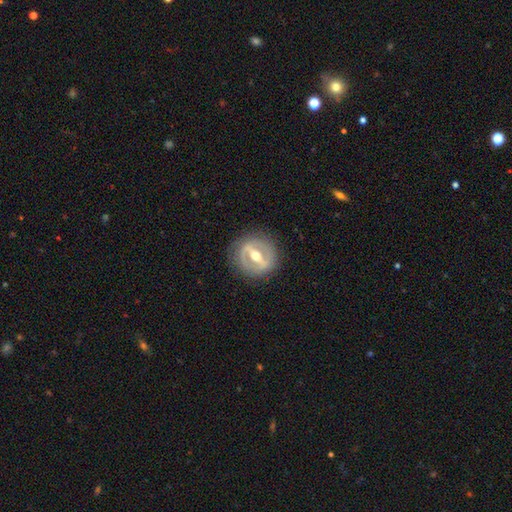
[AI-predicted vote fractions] A featured or disk galaxy (76%) with a strong bar (73%), no spiral arms (74%) and a moderate central bulge (77%). Merging: none (84%).